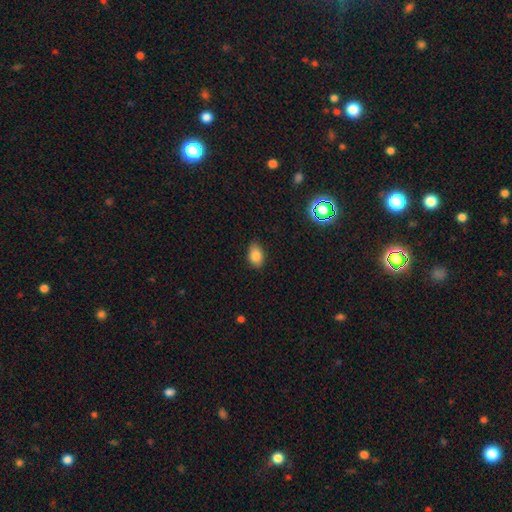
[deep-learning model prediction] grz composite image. It shows a smooth galaxy with no disk features (84%) that is in between round and cigar-shaped (86%). Merging: none (85%).